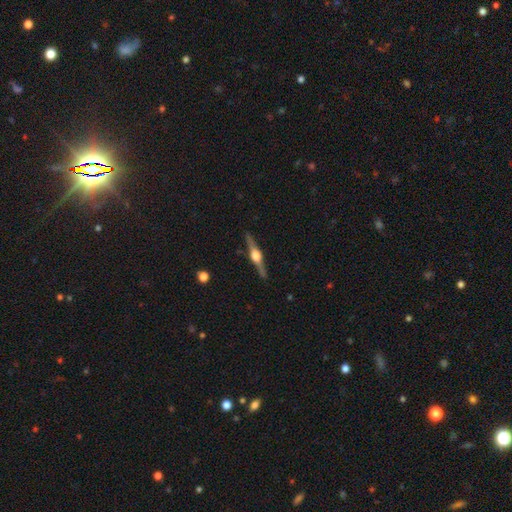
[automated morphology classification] Smooth or featured: featured or disk — 83% (smooth — 12%)
Edge-on disk: yes — 98% (no — 2%)
Edge-on bulge: rounded — 92% (boxy — 6%)
Merging: none — 90% (minor disturbance — 7%)